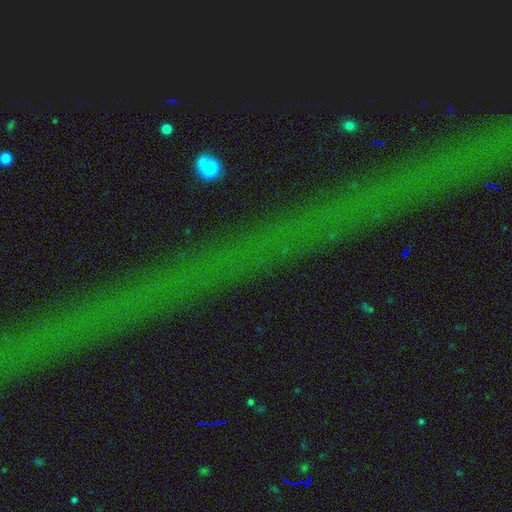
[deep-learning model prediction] This appears to be a star or artifact, not a galaxy (79%).